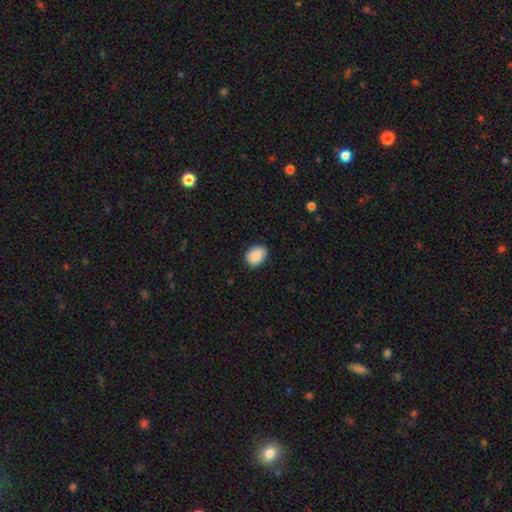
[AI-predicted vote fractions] The model was most divided on "how rounded": in between: 67%, round: 32%, cigar-shaped: 1%. More confident: smooth or featured — smooth (89%); merging — none (84%).